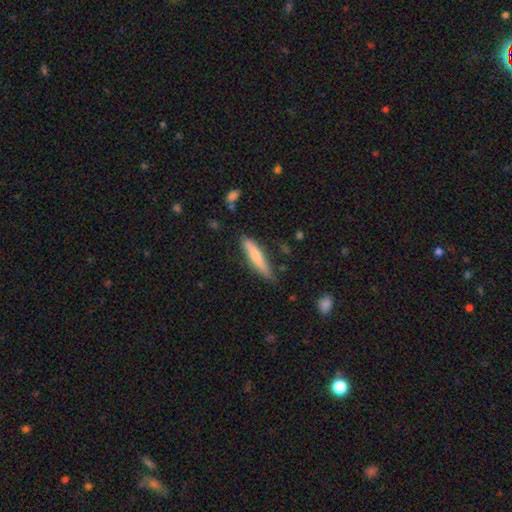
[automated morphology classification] Smooth or featured? smooth (65%)
How rounded? cigar-shaped (85%)
Merging? none (74%)